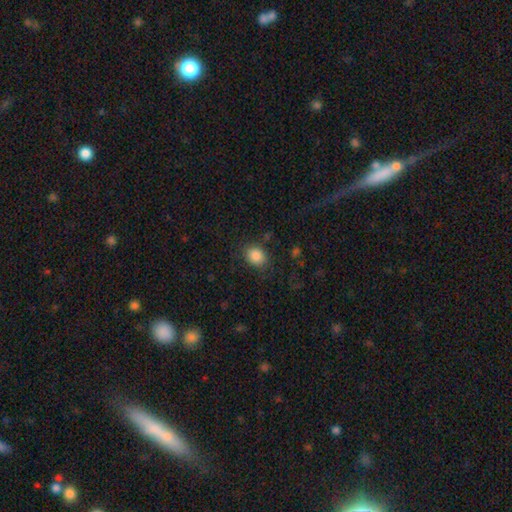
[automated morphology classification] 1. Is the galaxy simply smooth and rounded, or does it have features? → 86% smooth, 9% star or artifact, 5% featured or disk.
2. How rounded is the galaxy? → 50% in between, 49% round, 1% cigar-shaped.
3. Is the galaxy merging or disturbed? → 82% none, 12% minor disturbance, 4% major disturbance, 2% merger.